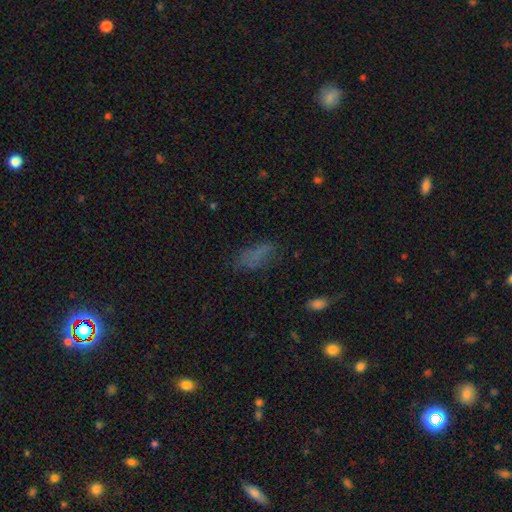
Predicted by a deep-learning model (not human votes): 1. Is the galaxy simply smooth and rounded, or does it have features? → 67% smooth, 18% star or artifact, 15% featured or disk.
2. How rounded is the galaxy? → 76% in between, 20% cigar-shaped, 4% round.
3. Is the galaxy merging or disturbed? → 60% none, 22% minor disturbance, 14% major disturbance, 3% merger.